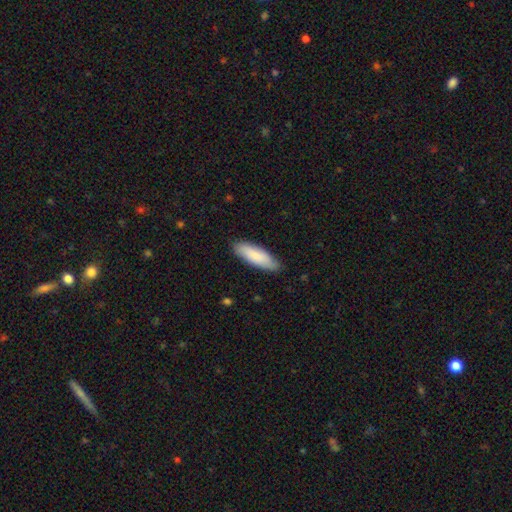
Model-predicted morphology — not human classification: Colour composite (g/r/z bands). It shows a smooth galaxy with no disk features (84%) that is in between round and cigar-shaped (51%). Merging: none (85%).